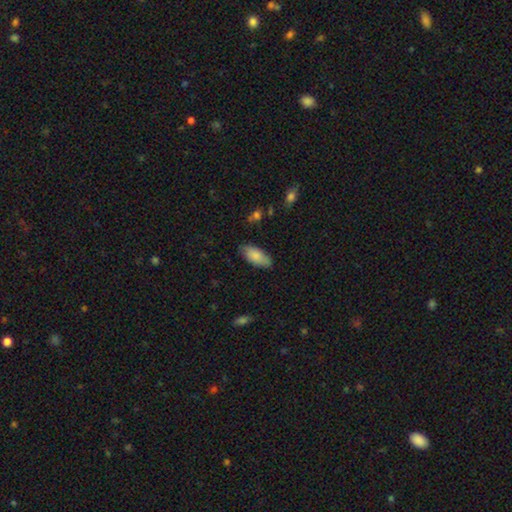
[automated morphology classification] This appears to be a smooth galaxy with no disk features (84%) that is in between round and cigar-shaped (89%). Merging: none (81%).